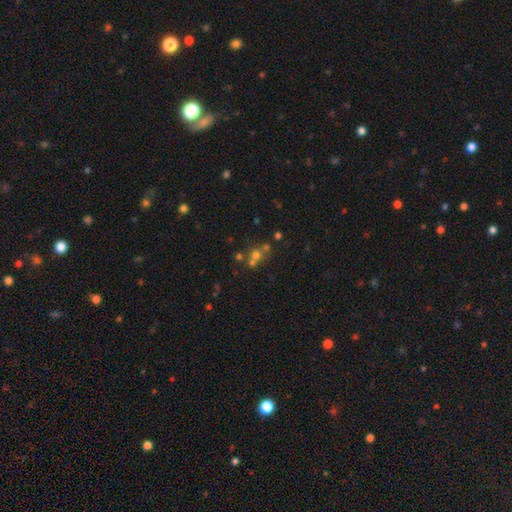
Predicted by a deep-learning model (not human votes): This is possibly a smooth galaxy (52%). How rounded: likely round (80%). Merging: marginally merger (44%).